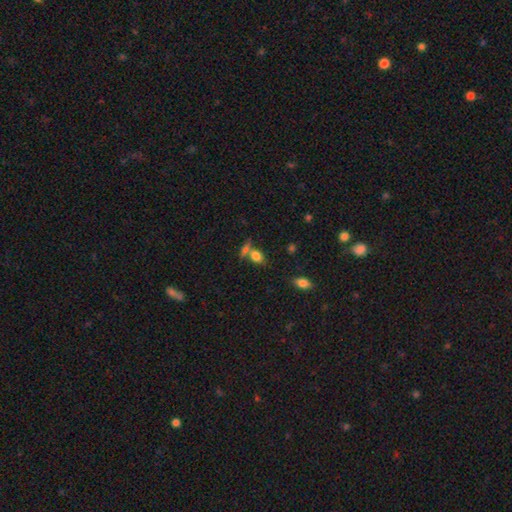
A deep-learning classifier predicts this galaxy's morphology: The model was most divided on "merging": none: 48%, merger: 37%, minor disturbance: 11%, major disturbance: 5%. More confident: smooth or featured — smooth (78%); how rounded — in between (71%).